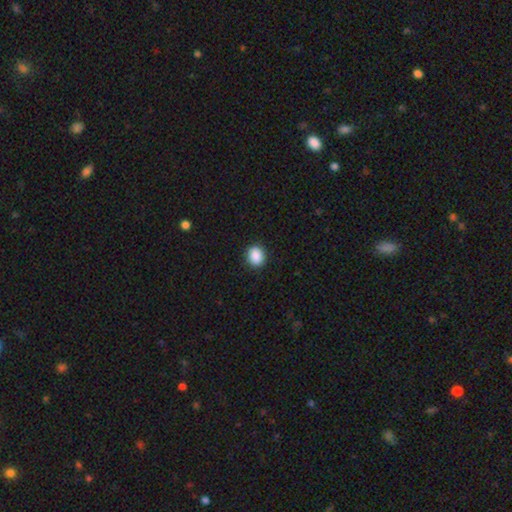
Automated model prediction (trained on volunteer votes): Q: Smooth or featured?
A: smooth (89%); runner-up: star or artifact (8%)
Q: How rounded?
A: round (57%); runner-up: in between (42%)
Q: Merging?
A: none (89%); runner-up: minor disturbance (8%)